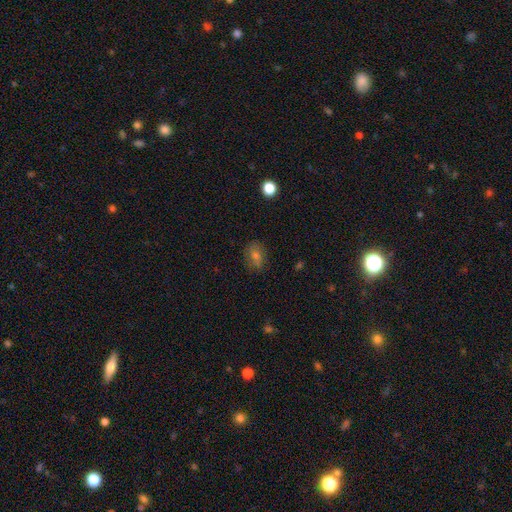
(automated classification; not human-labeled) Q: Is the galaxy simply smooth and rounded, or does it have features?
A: smooth — 60%.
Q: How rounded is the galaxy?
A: in between — 56%.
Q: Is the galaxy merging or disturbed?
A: none — 80%.